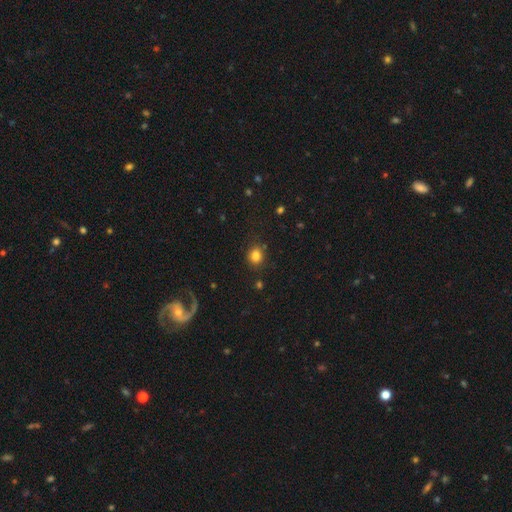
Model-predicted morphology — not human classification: Overall: smooth (83%). How rounded: round (72%). Merging: none (83%).